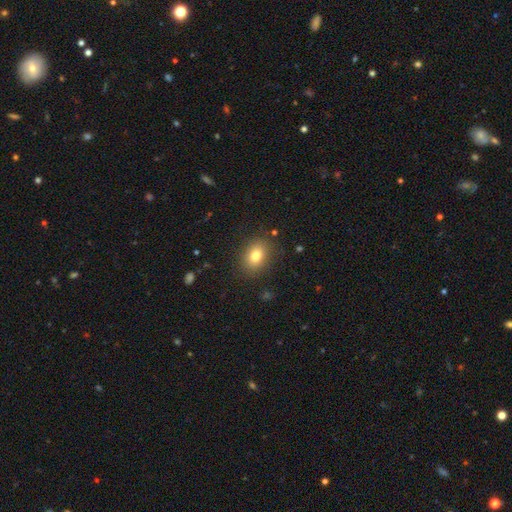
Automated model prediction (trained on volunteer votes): Smooth or featured? smooth (80%)
How rounded? in between (67%)
Merging? none (85%)